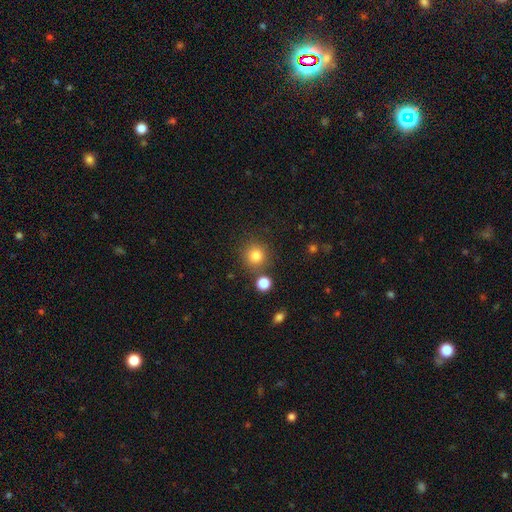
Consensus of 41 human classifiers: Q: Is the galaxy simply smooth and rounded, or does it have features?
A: smooth — 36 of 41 (88%).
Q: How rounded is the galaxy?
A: round — 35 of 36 (97%).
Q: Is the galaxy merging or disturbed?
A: none — 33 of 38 (87%).